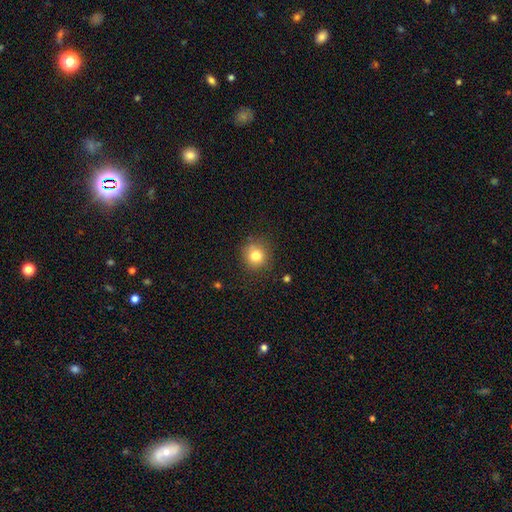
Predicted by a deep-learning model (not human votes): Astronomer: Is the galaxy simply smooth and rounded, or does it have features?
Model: smooth — 80%.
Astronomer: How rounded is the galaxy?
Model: round — 89%.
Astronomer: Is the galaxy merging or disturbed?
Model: none — 82%.